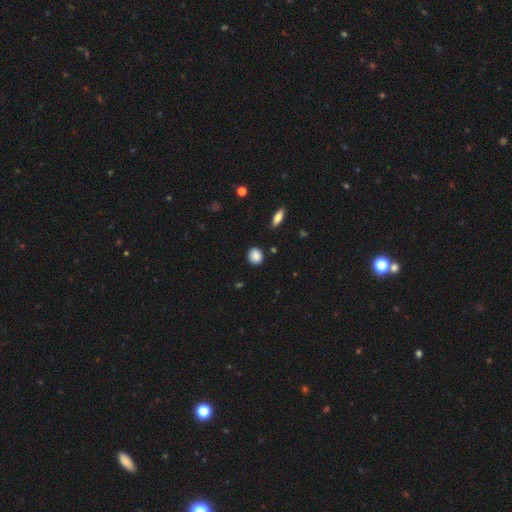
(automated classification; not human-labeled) smooth 88%, star or artifact 8%, featured or disk 4%. Down the decision tree: how rounded — round (80%); merging — none (89%).